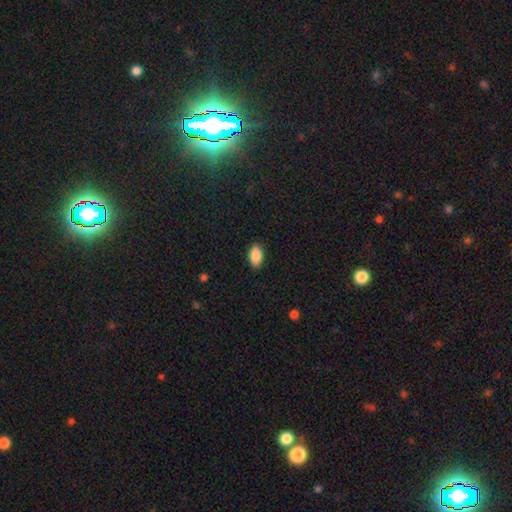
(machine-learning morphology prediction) Smooth or featured? smooth (89%)
How rounded? in between (94%)
Merging? none (88%)